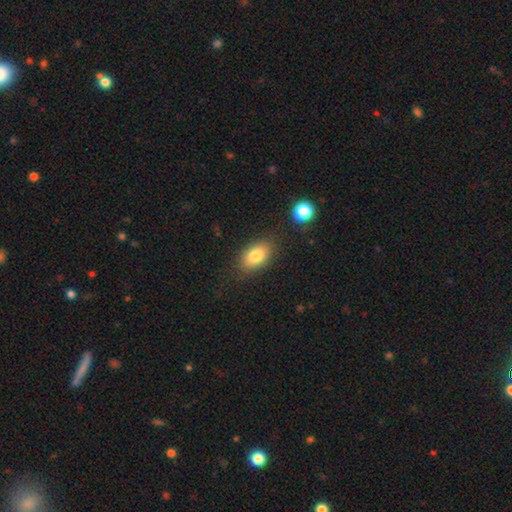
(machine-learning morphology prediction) The model was most divided on "smooth or featured": smooth: 81%, featured or disk: 10%, star or artifact: 9%. More confident: how rounded — in between (88%); merging — none (83%).